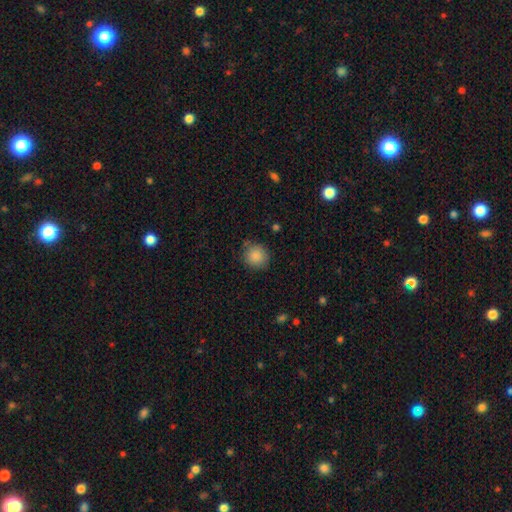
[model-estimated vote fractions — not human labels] Smooth or featured?
  - smooth: 88% *
  - star or artifact: 9%
  - featured or disk: 4%
How rounded?
  - round: 90% *
  - in between: 9%
  - cigar-shaped: 1%
Merging?
  - none: 83% *
  - minor disturbance: 12%
  - major disturbance: 3%
  - merger: 2%